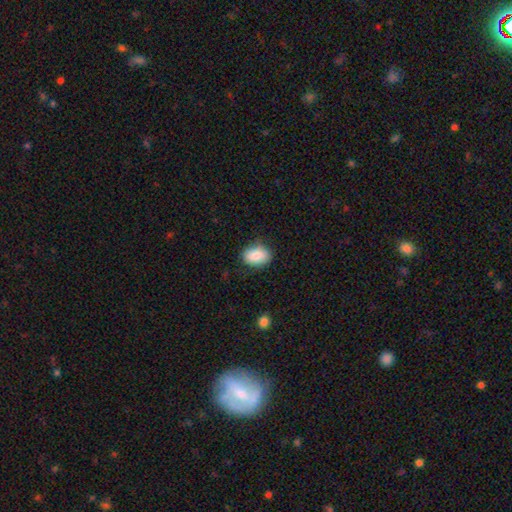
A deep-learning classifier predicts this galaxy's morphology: This is clearly a smooth galaxy (84%). How rounded: likely in between (74%). Merging: likely none (78%).